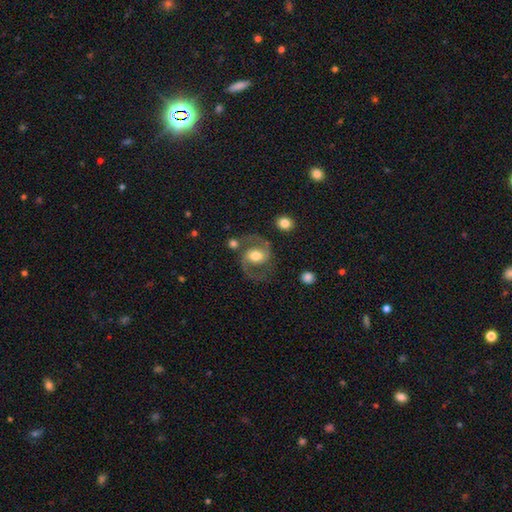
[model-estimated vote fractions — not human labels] featured or disk 76%, smooth 18%, star or artifact 6%. Down the decision tree: edge-on disk — no (97%); bar — no (42%); spiral arms — yes (88%); spiral arm count — 2 (91%); spiral winding — medium (60%); bulge size — moderate (61%); merging — none (69%).